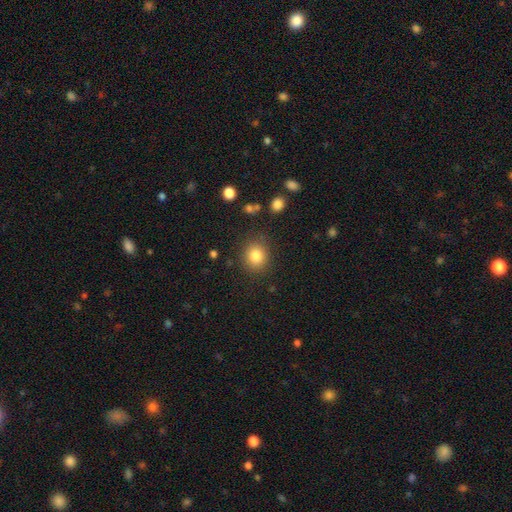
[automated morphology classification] This appears to be a smooth galaxy with no disk features (84%) that is round (77%). Merging: none (85%).